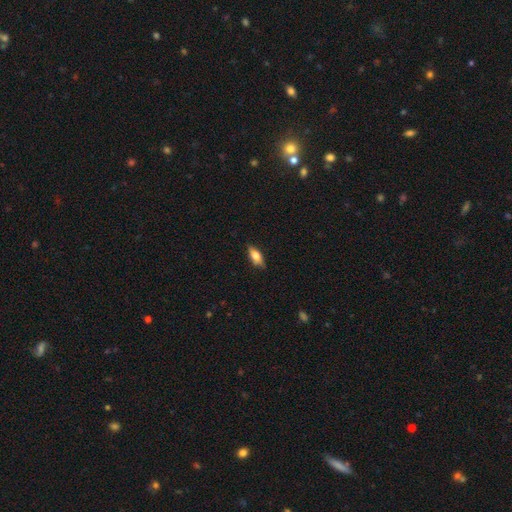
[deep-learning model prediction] Overall: smooth (68%). How rounded: in between (77%). Merging: none (83%).